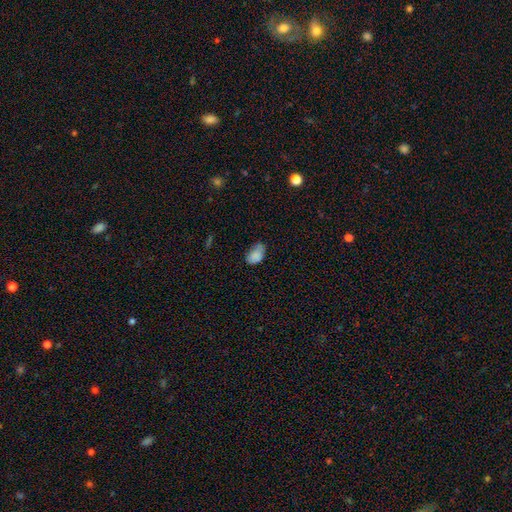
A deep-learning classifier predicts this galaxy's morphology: Overall: smooth (83%). How rounded: in between (88%). Merging: none (44%; minor disturbance 40%).